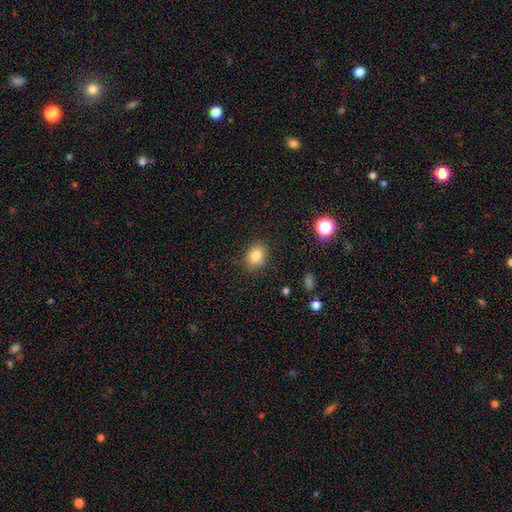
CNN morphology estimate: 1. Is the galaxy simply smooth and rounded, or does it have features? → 81% smooth, 11% star or artifact, 8% featured or disk.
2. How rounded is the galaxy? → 51% in between, 48% round, 1% cigar-shaped.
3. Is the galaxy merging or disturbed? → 85% none, 11% minor disturbance, 3% major disturbance, 1% merger.